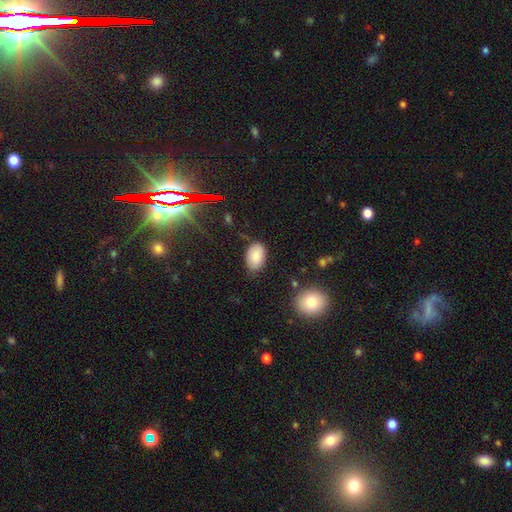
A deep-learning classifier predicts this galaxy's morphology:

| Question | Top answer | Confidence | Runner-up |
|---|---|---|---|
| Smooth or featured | smooth | 86% | star or artifact (9%) |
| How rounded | in between | 92% | round (7%) |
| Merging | none | 78% | minor disturbance (17%) |